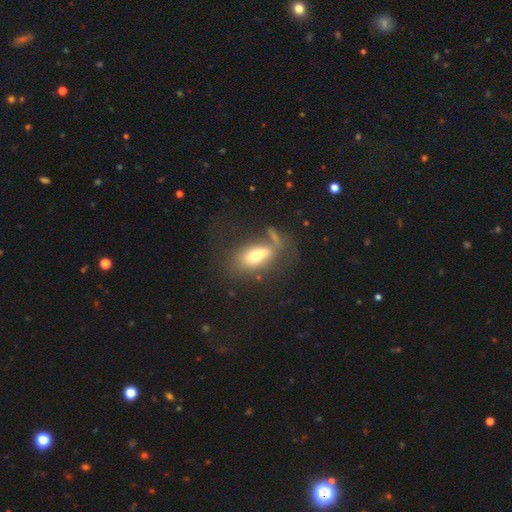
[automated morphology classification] This is likely a smooth galaxy (61%). How rounded: clearly in between (82%). Merging: marginally none (36%).